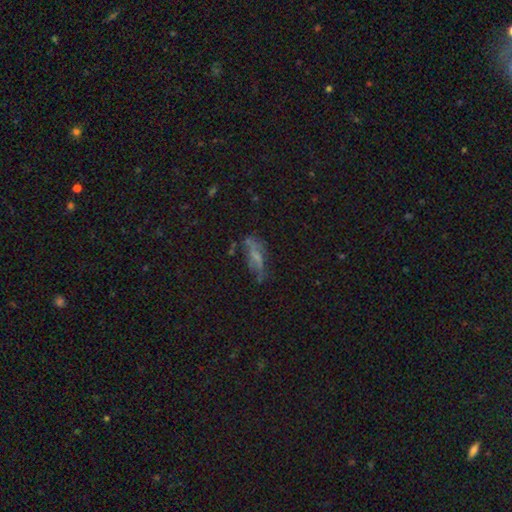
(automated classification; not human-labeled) Q: Smooth or featured?
A: smooth (40%); runner-up: featured or disk (39%)
Q: Merging?
A: none (51%); runner-up: minor disturbance (25%)